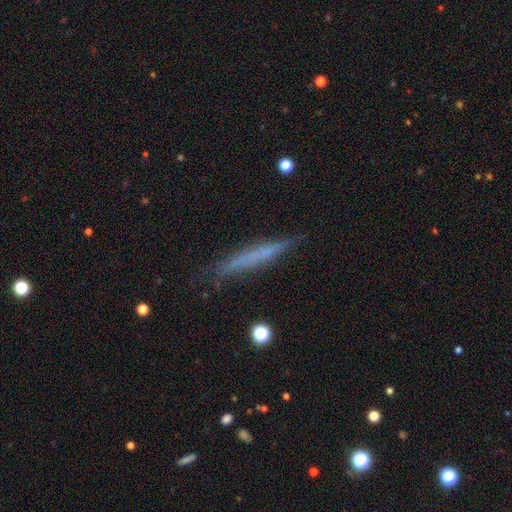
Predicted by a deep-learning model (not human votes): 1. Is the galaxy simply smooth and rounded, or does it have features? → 54% smooth, 38% featured or disk, 9% star or artifact.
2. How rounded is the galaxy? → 95% cigar-shaped, 3% in between, 1% round.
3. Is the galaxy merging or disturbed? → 83% none, 13% minor disturbance, 3% major disturbance, 2% merger.